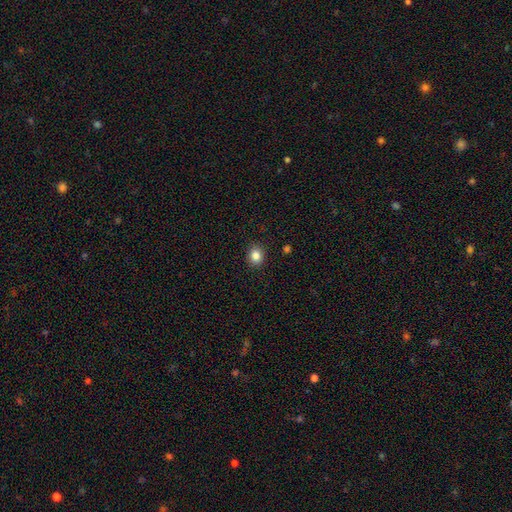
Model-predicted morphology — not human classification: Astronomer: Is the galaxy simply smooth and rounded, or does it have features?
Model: smooth — 84%.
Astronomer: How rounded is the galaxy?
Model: round — 68%.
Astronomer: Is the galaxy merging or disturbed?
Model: none — 90%.